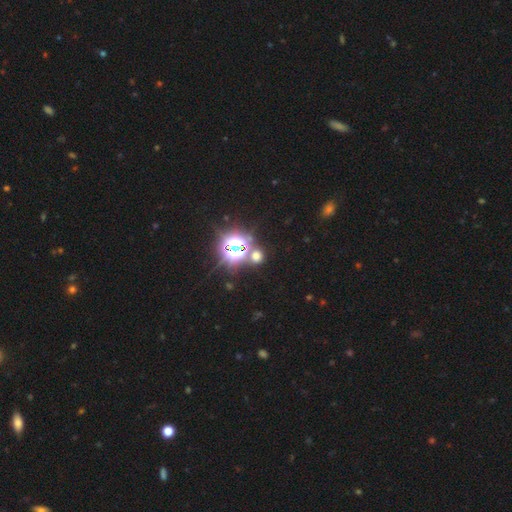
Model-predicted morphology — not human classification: type=star or artifact (54%).